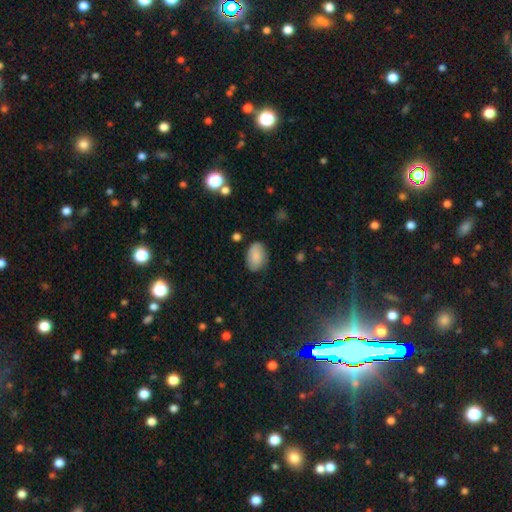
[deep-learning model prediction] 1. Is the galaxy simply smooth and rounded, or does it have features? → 80% smooth, 12% featured or disk, 7% star or artifact.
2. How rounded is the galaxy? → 84% in between, 14% round, 1% cigar-shaped.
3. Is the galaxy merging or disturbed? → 76% none, 19% minor disturbance, 4% major disturbance, 2% merger.